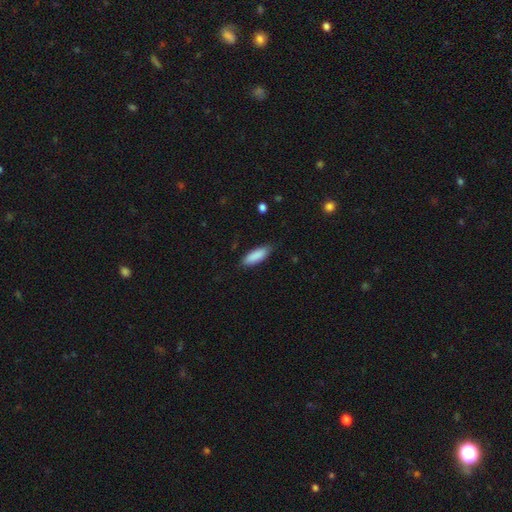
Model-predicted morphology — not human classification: Smooth or featured: smooth — 88% (star or artifact — 6%)
How rounded: in between — 58% (cigar-shaped — 40%)
Merging: none — 81% (minor disturbance — 15%)